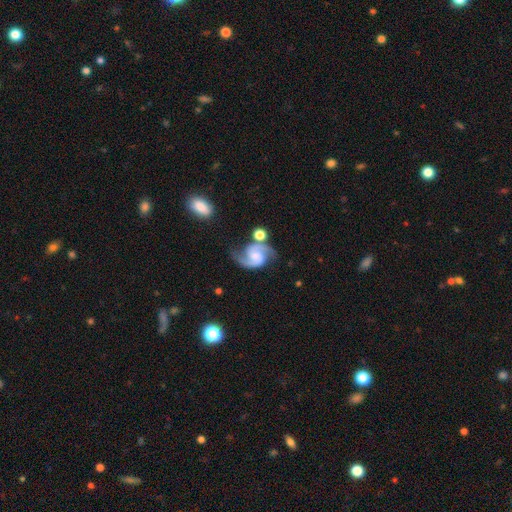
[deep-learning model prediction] The model was most divided on "bar" (2-way tie): no: 43%, weak: 43%, strong: 14%. Remaining: spiral arms — yes (98%); edge-on disk — no (98%); spiral arm count — 2 (94%); smooth or featured — featured or disk (90%); merging — none (69%); spiral winding — medium (59%); bulge size — small (34%).